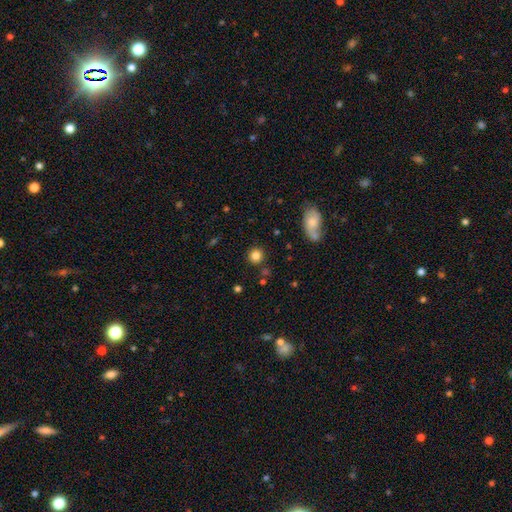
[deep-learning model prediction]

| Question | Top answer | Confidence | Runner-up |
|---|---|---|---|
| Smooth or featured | smooth | 83% | star or artifact (11%) |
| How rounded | round | 91% | in between (8%) |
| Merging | none | 86% | minor disturbance (7%) |